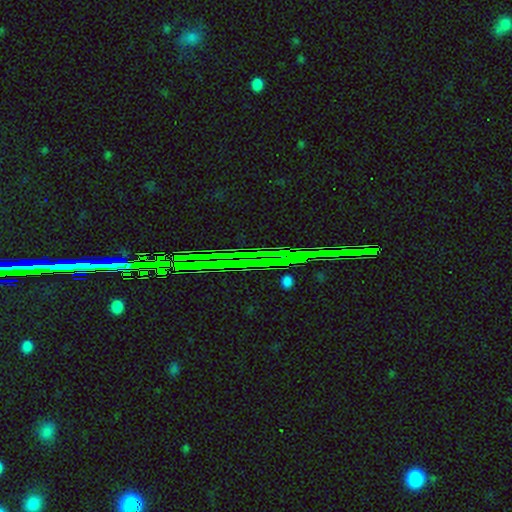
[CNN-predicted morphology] star or artifact 75%, featured or disk 14%, smooth 11%.